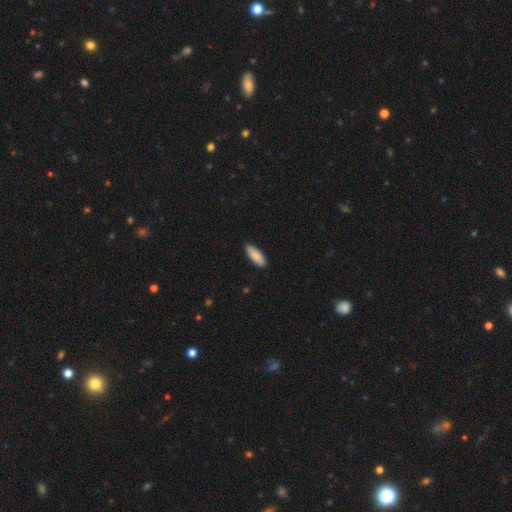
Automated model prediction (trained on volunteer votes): This appears to be a smooth galaxy with no disk features (87%) that is in between round and cigar-shaped (66%). Merging: none (88%).